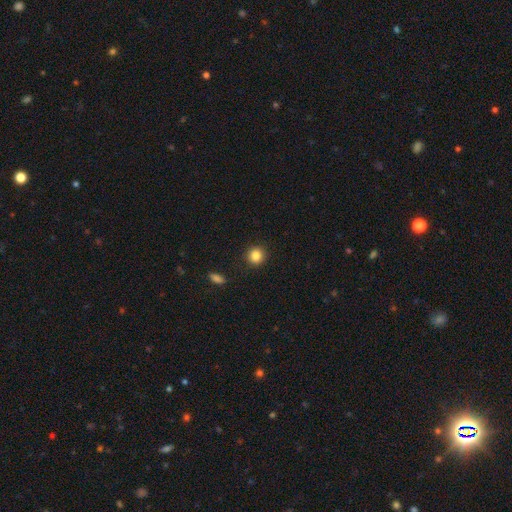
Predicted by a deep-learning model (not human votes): Q: Smooth or featured?
A: smooth (85%); runner-up: star or artifact (11%)
Q: How rounded?
A: round (91%); runner-up: in between (8%)
Q: Merging?
A: none (90%); runner-up: minor disturbance (6%)